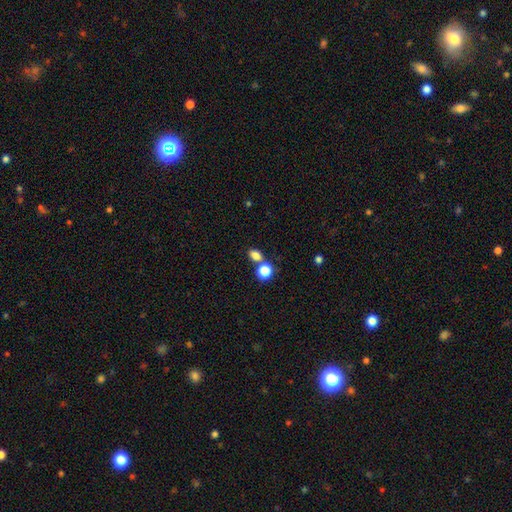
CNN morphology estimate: Smooth or featured: smooth — 81% (star or artifact — 13%)
How rounded: in between — 64% (round — 35%)
Merging: none — 55% (merger — 32%)